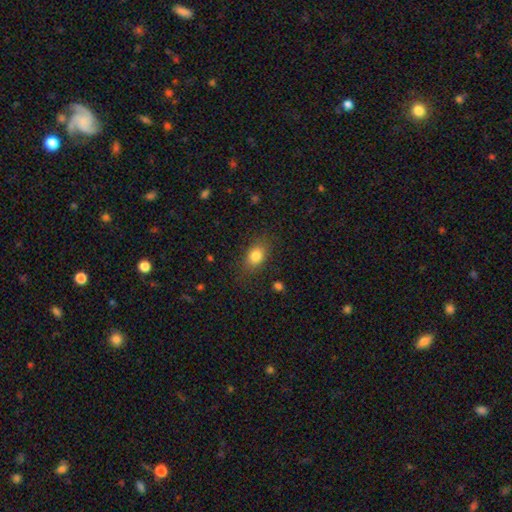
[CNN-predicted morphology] smooth-or-featured: smooth: 82% | star or artifact: 9% | featured or disk: 9%
  how-rounded: in between: 77% | round: 20% | cigar-shaped: 3%
  merging: none: 78% | minor disturbance: 15% | major disturbance: 5% | merger: 2%